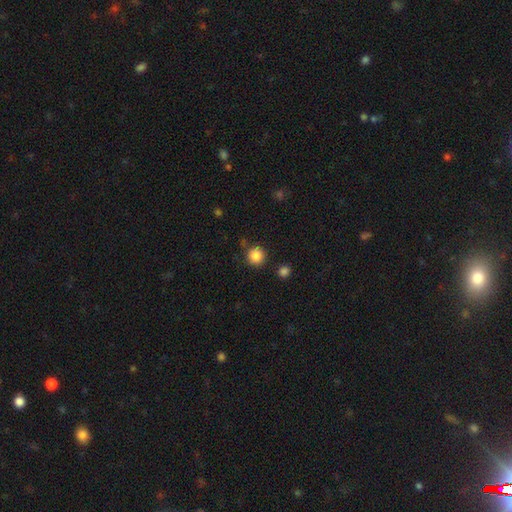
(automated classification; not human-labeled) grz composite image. It shows a smooth galaxy with no disk features (86%) that is round (94%). Merging: none (84%).